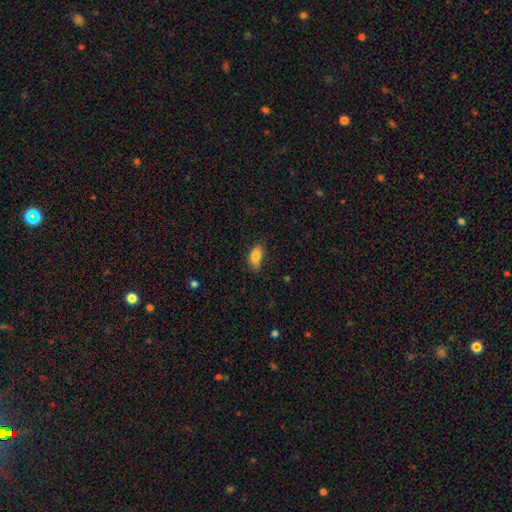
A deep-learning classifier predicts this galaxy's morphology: smooth_or_featured: smooth (p=0.83) [alt: featured or disk p=0.09]
how_rounded: in between (p=0.89) [alt: round p=0.06]
merging: none (p=0.61) [alt: minor disturbance p=0.30]